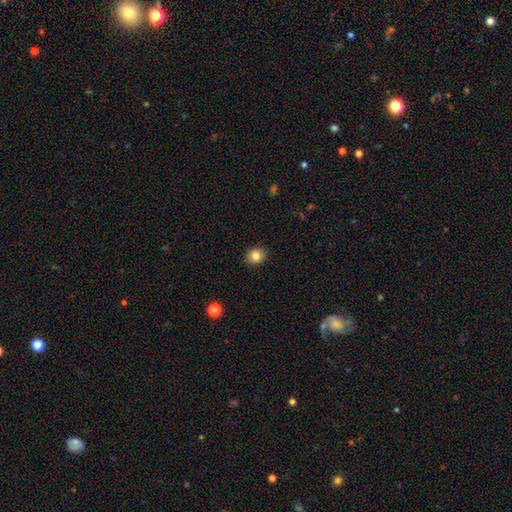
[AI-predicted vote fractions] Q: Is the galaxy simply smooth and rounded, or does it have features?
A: smooth — 84%.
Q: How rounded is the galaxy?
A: round — 65%.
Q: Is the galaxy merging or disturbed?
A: none — 90%.